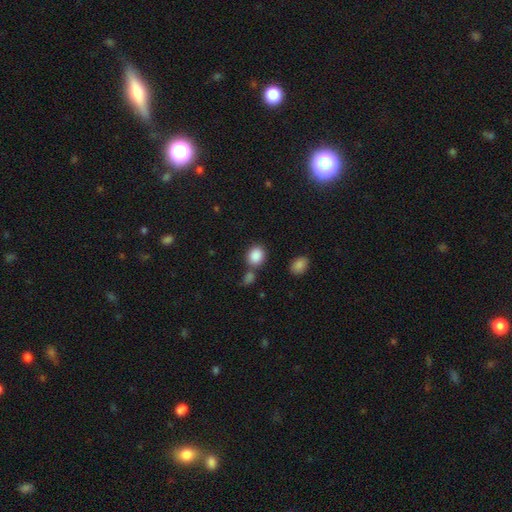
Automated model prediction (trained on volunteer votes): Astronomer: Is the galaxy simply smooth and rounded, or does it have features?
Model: smooth — 87%.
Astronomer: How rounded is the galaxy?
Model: round — 63%.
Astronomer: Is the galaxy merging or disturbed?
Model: none — 66%.